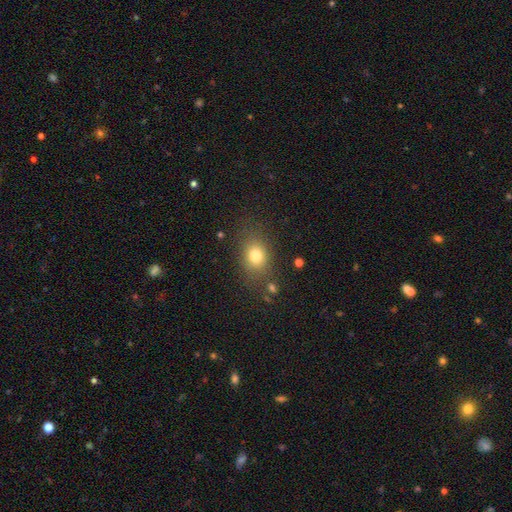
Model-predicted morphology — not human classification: Smooth or featured? Predicted: smooth (p=0.79). How rounded? Predicted: in between (p=0.56). Merging? Predicted: none (p=0.76).